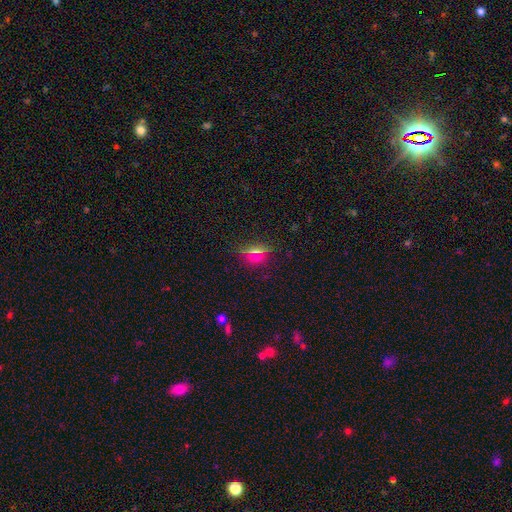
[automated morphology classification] smooth 58%, star or artifact 31%, featured or disk 10%. Down the decision tree: how rounded — round (66%); merging — none (82%).